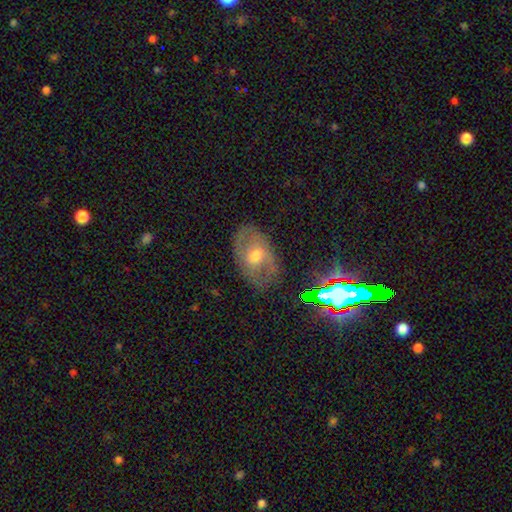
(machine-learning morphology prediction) A featured or disk galaxy (54%). Merging: none (71%).